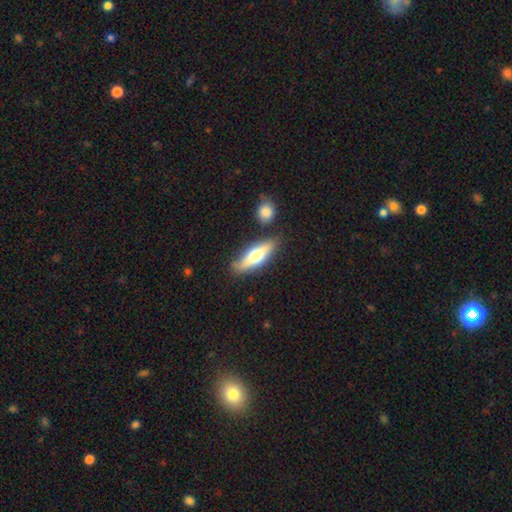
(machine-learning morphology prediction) A smooth galaxy with no disk features (50%). Merging: none (76%).